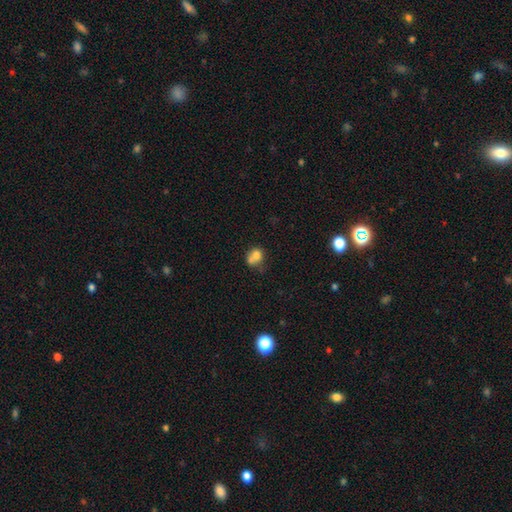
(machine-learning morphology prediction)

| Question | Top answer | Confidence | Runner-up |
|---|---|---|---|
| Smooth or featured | smooth | 72% | featured or disk (17%) |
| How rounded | round | 60% | in between (39%) |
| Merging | merger | 45% | none (31%) |